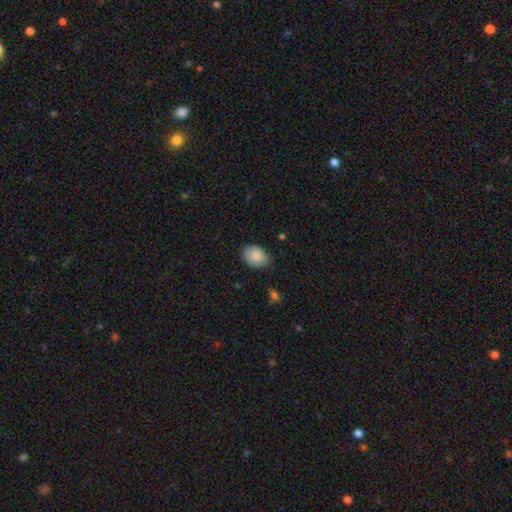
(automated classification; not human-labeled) A smooth galaxy with no disk features (88%) that is in between round and cigar-shaped (75%). Merging: none (82%).